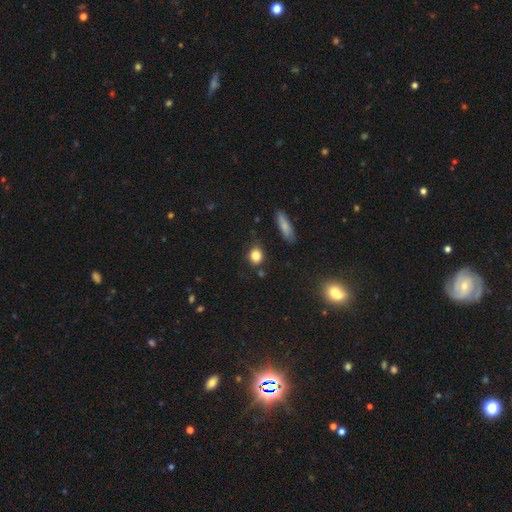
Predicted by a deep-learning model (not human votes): A smooth galaxy with no disk features (83%) that is round (60%).

Vote fractions:
- Smooth or featured? smooth: 83% / star or artifact: 10% / featured or disk: 6%
- How rounded? round: 60% / in between: 37% / cigar-shaped: 3%
- Merging? none: 76% / minor disturbance: 16% / merger: 4% / major disturbance: 4%